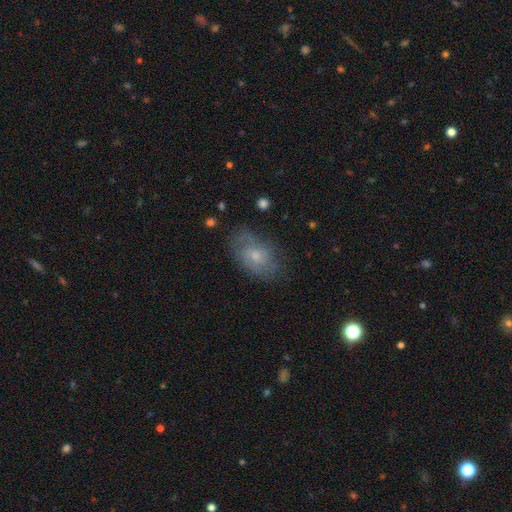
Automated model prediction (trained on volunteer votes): Smooth or featured? featured or disk (50%)
Edge-on disk? no (95%)
Merging? none (68%)